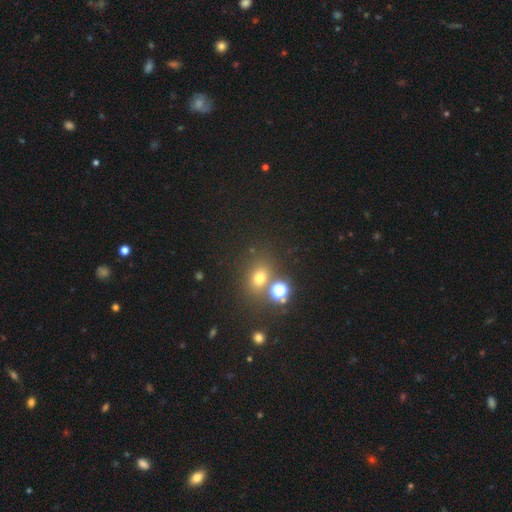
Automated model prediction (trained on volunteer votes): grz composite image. It shows a smooth galaxy with no disk features (48%). Merging: none (61%).